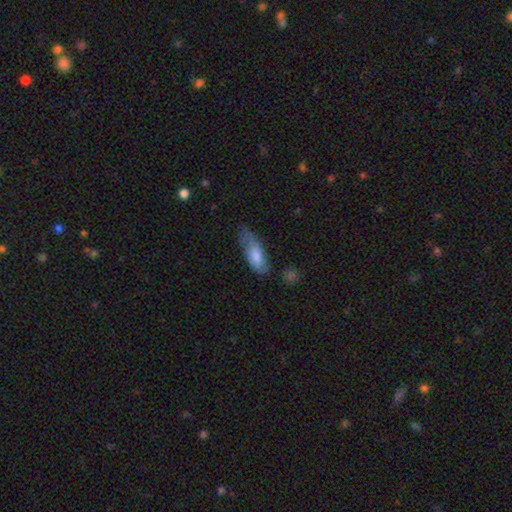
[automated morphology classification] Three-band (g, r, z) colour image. It shows a smooth galaxy with no disk features (70%) that is in between round and cigar-shaped (67%). Merging: none (47%).